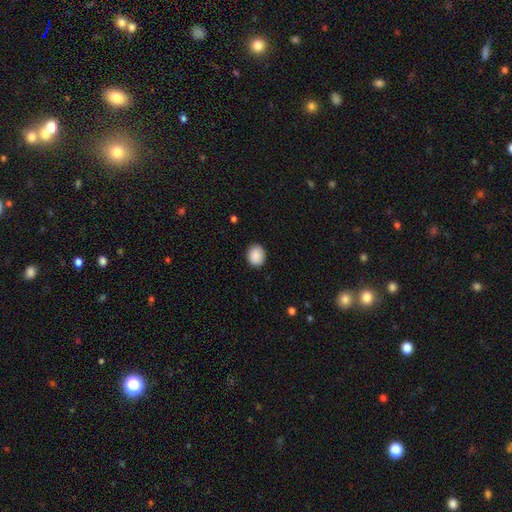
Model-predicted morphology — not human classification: smooth-or-featured: smooth: 89% | star or artifact: 8% | featured or disk: 3%
  how-rounded: round: 63% | in between: 36% | cigar-shaped: 1%
  merging: none: 89% | minor disturbance: 8% | major disturbance: 2% | merger: 1%